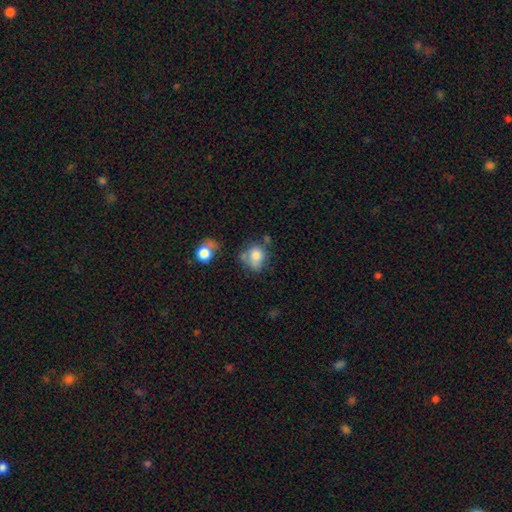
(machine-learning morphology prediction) A smooth galaxy with no disk features (75%) that is round (57%).

Vote fractions:
- Smooth or featured? smooth: 75% / featured or disk: 15% / star or artifact: 10%
- How rounded? round: 57% / in between: 42% / cigar-shaped: 1%
- Merging? none: 39% / minor disturbance: 24% / merger: 21% / major disturbance: 17%